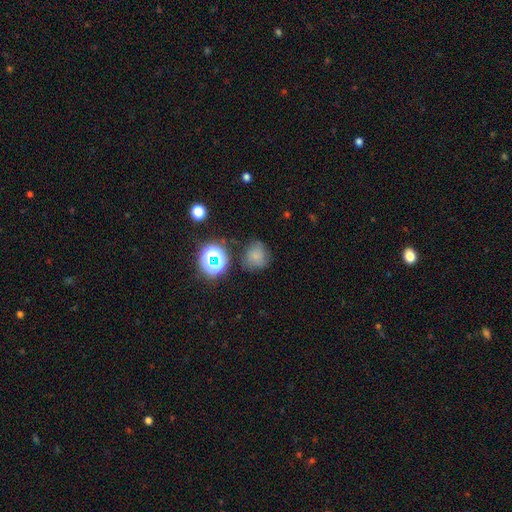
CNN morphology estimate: Smooth or featured?
  - smooth: 68% *
  - star or artifact: 20%
  - featured or disk: 12%
How rounded?
  - round: 80% *
  - in between: 19%
  - cigar-shaped: 1%
Merging?
  - none: 66% *
  - minor disturbance: 21%
  - major disturbance: 8%
  - merger: 5%